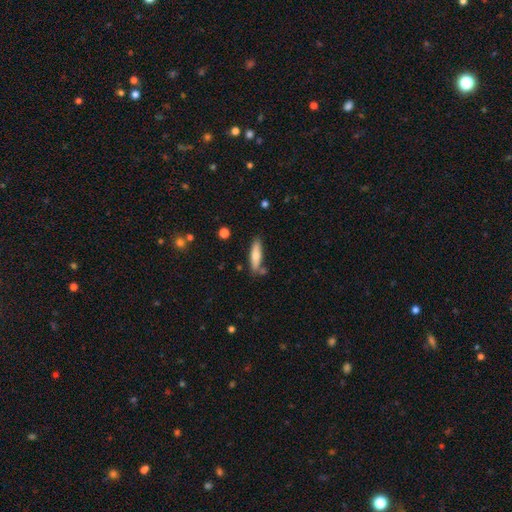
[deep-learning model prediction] Smooth or featured: smooth — 70% (featured or disk — 24%)
How rounded: cigar-shaped — 69% (in between — 29%)
Merging: none — 74% (minor disturbance — 15%)